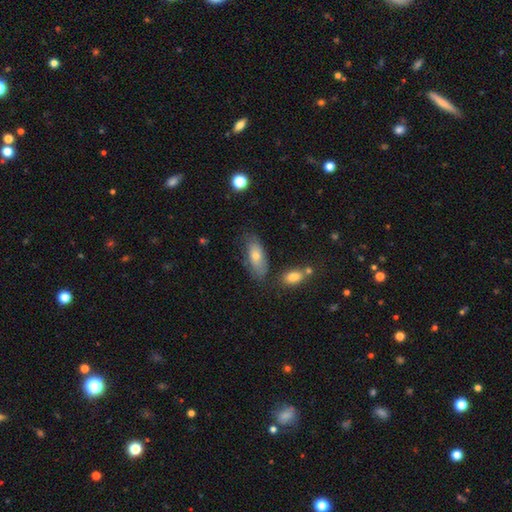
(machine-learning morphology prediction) Smooth or featured: smooth — 67% (featured or disk — 25%)
How rounded: in between — 80% (cigar-shaped — 16%)
Merging: none — 68% (minor disturbance — 21%)